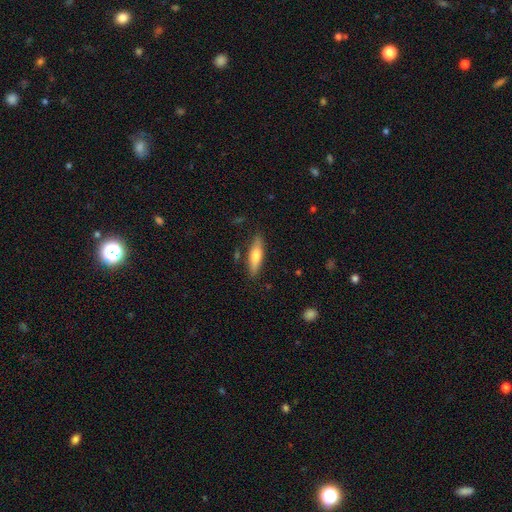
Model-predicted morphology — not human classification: The model was most divided on "how rounded": cigar-shaped: 61%, in between: 37%, round: 2%. More confident: merging — none (82%); smooth or featured — smooth (67%).